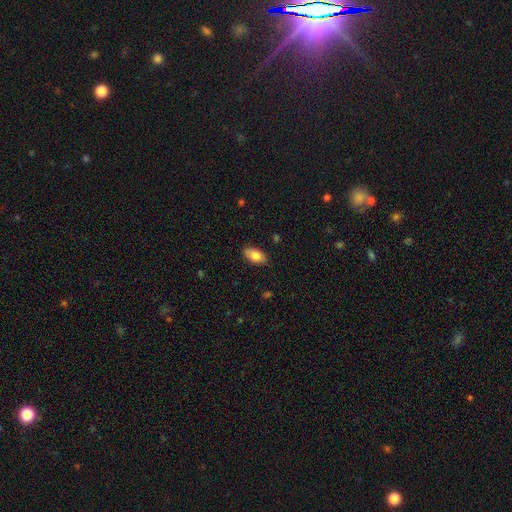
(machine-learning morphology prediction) The model was most divided on "smooth or featured": smooth: 81%, featured or disk: 12%, star or artifact: 7%. More confident: how rounded — in between (92%); merging — none (86%).